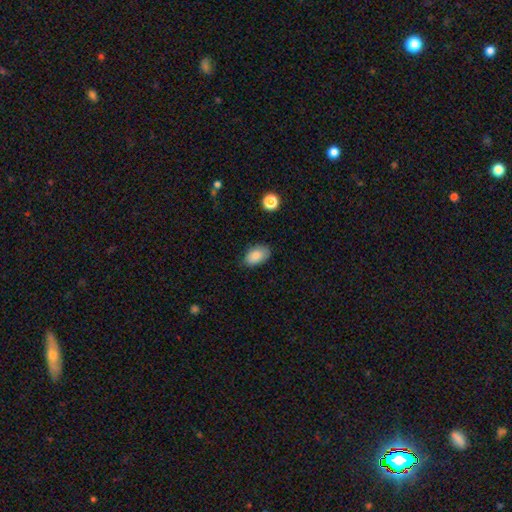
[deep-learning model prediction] This is clearly a smooth galaxy (86%). How rounded: clearly in between (91%). Merging: likely none (78%).